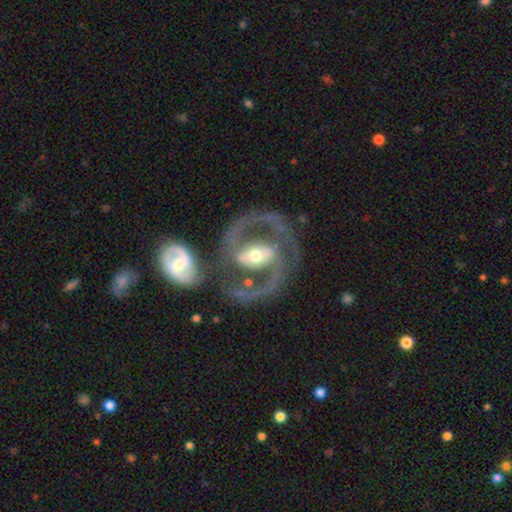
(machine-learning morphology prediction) smooth_or_featured: featured or disk (p=0.89) [alt: smooth p=0.06]
disk_edge_on: no (p=0.97) [alt: yes p=0.03]
bar: strong (p=0.51) [alt: weak p=0.31]
has_spiral_arms: yes (p=0.92) [alt: no p=0.08]
spiral_winding: medium (p=0.59) [alt: tight p=0.23]
spiral_arm_count: 2 (p=0.90) [alt: can't tell p=0.03]
bulge_size: moderate (p=0.67) [alt: small p=0.21]
merging: none (p=0.61) [alt: merger p=0.14]